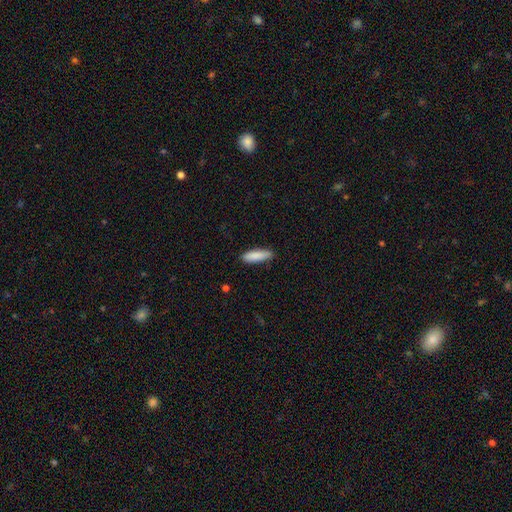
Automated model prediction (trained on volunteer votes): smooth_or_featured: smooth (p=0.88) [alt: featured or disk p=0.06]
how_rounded: cigar-shaped (p=0.59) [alt: in between p=0.39]
merging: none (p=0.85) [alt: minor disturbance p=0.12]